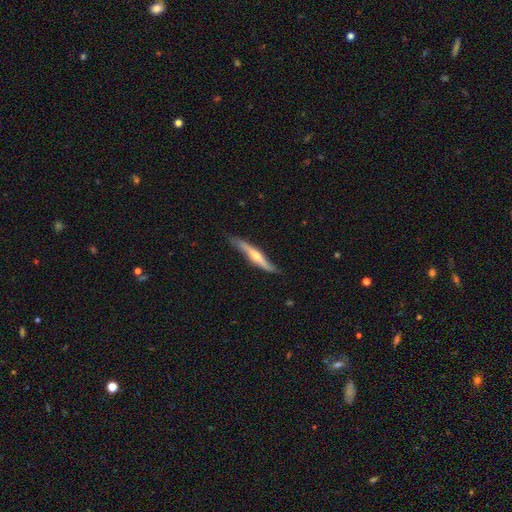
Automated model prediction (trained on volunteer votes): featured or disk 66%, smooth 29%, star or artifact 5%. Down the decision tree: edge-on disk — yes (88%); edge-on bulge — rounded (84%); merging — none (75%).